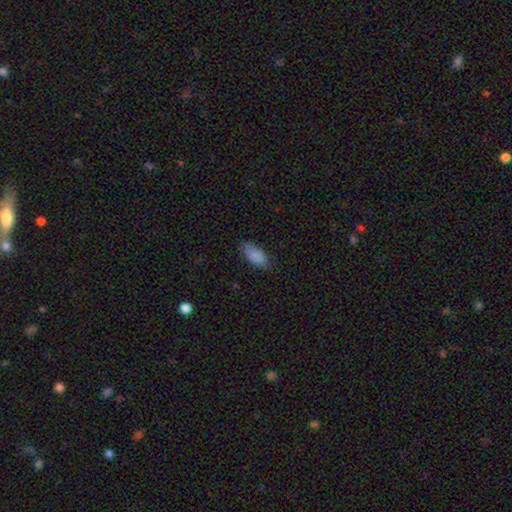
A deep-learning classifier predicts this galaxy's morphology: Q: Smooth or featured?
A: smooth (87%); runner-up: star or artifact (7%)
Q: How rounded?
A: in between (90%); runner-up: cigar-shaped (8%)
Q: Merging?
A: none (76%); runner-up: minor disturbance (19%)